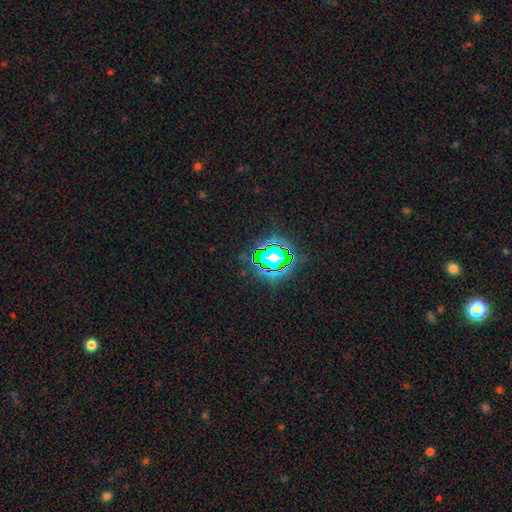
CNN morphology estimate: Smooth or featured? star or artifact (80%)